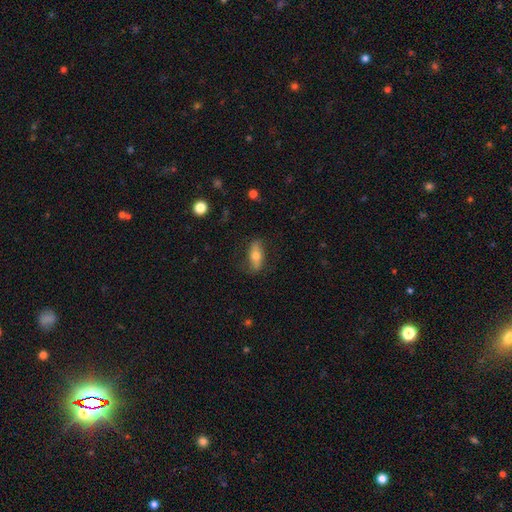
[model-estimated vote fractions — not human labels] Morphology: type=smooth (49%); merging=none (74%).